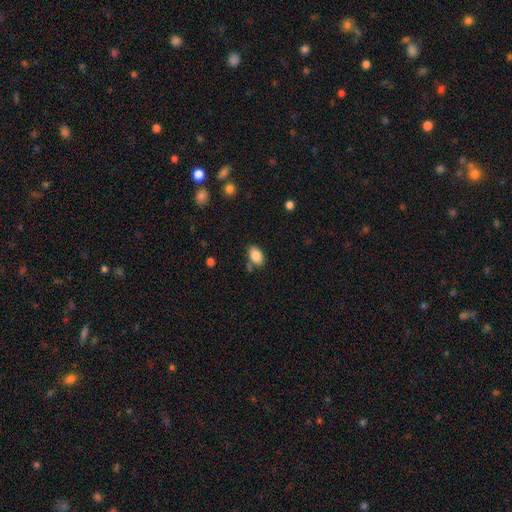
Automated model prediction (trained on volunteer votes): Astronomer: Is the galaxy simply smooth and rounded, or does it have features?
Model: smooth — 86%.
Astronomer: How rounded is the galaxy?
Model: in between — 88%.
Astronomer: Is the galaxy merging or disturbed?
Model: none — 75%.